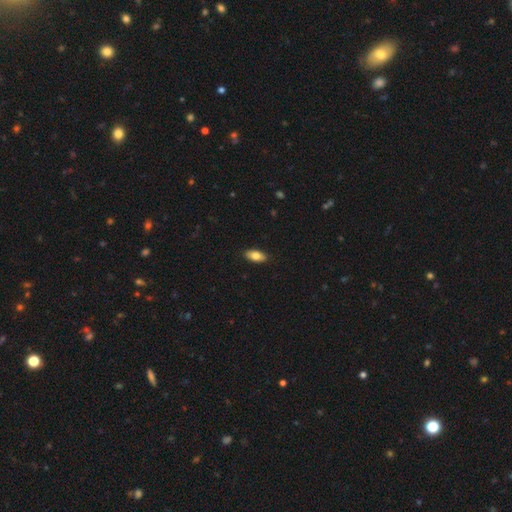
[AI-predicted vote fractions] smooth-or-featured: smooth: 81% | featured or disk: 13% | star or artifact: 7%
  how-rounded: in between: 90% | cigar-shaped: 7% | round: 3%
  merging: none: 89% | minor disturbance: 9% | major disturbance: 2% | merger: 1%